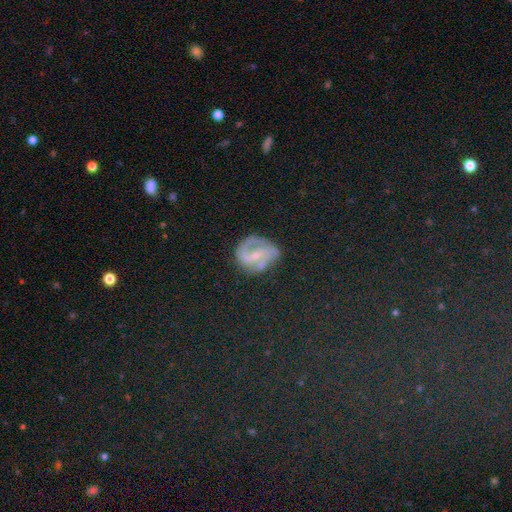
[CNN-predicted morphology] Smooth or featured: featured or disk — 60% (smooth — 21%)
Edge-on disk: no — 96% (yes — 4%)
Bar: weak — 43% (no — 33%)
Spiral arms: yes — 81% (no — 19%)
Bulge size: small — 66% (moderate — 27%)
Merging: none — 59% (minor disturbance — 24%)